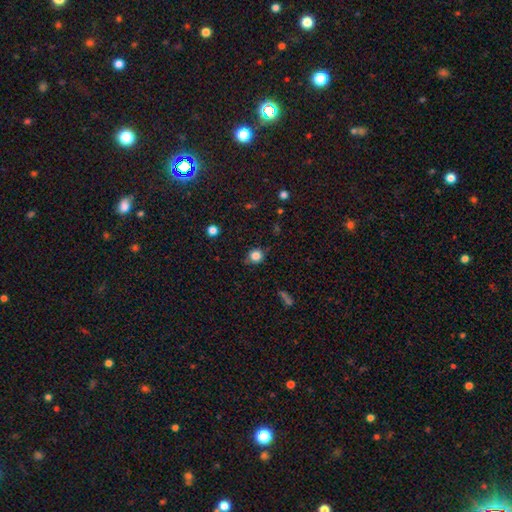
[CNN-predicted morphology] Smooth or featured?
  - smooth: 82% *
  - star or artifact: 12%
  - featured or disk: 6%
How rounded?
  - round: 88% *
  - in between: 11%
  - cigar-shaped: 1%
Merging?
  - none: 79% *
  - minor disturbance: 15%
  - major disturbance: 3%
  - merger: 2%